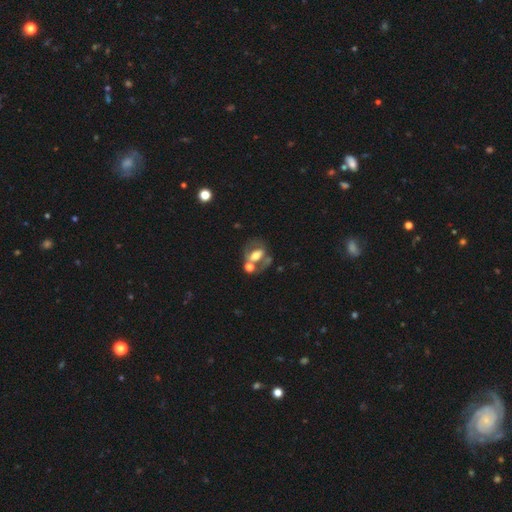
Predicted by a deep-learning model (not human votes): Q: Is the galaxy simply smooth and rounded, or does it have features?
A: featured or disk — 57%.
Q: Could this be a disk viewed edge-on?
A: no — 91%.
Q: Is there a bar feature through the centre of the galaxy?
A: no — 46%.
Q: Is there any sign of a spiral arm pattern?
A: no — 65%.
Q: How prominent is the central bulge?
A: moderate — 51%.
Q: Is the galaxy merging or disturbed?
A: none — 45%.